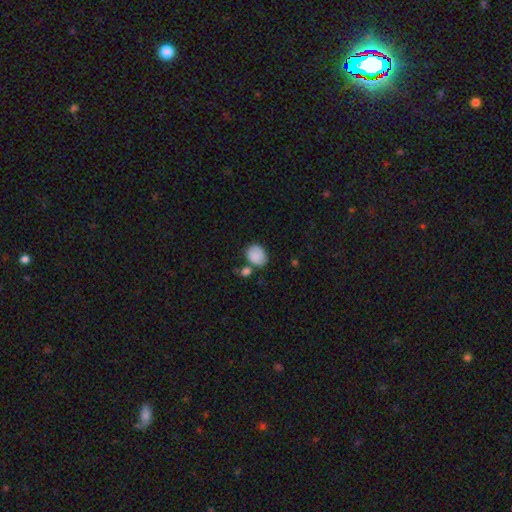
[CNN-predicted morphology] Overall: smooth (85%). How rounded: in between (57%; round 42%). Merging: none (58%; minor disturbance 20%).